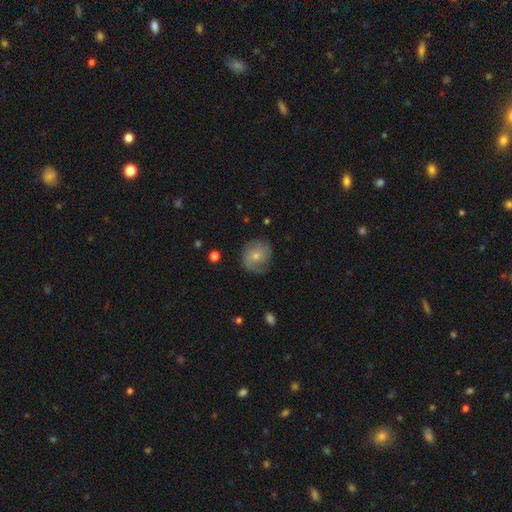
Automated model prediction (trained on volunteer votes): Morphology: type=smooth (48%); merging=none (67%).